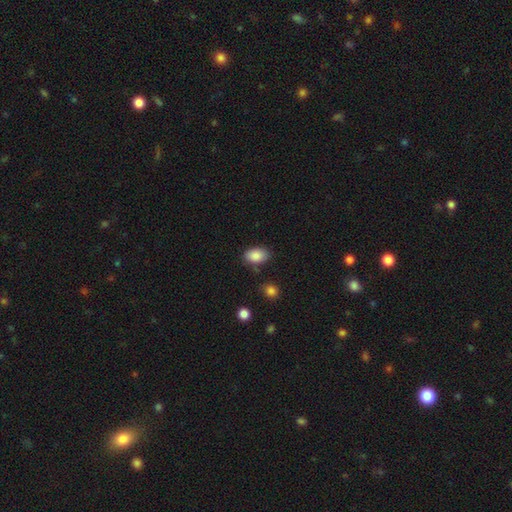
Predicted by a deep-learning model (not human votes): The model was most divided on "merging": none: 77%, minor disturbance: 16%, major disturbance: 4%, merger: 3%. More confident: how rounded — in between (88%); smooth or featured — smooth (88%).